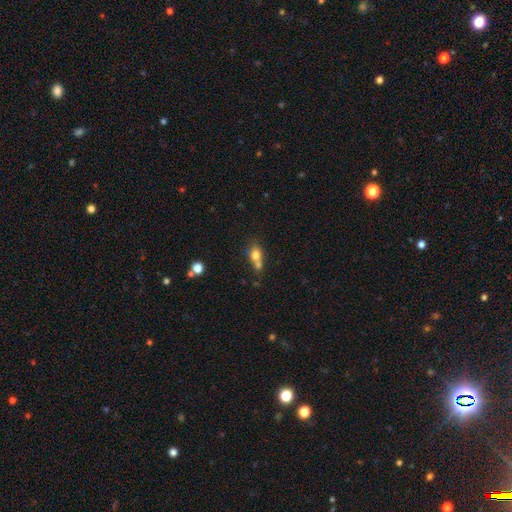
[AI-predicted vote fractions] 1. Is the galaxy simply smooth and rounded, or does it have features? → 74% smooth, 15% featured or disk, 11% star or artifact.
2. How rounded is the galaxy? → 52% in between, 44% round, 4% cigar-shaped.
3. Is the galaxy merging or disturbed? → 51% merger, 32% none, 11% minor disturbance, 6% major disturbance.